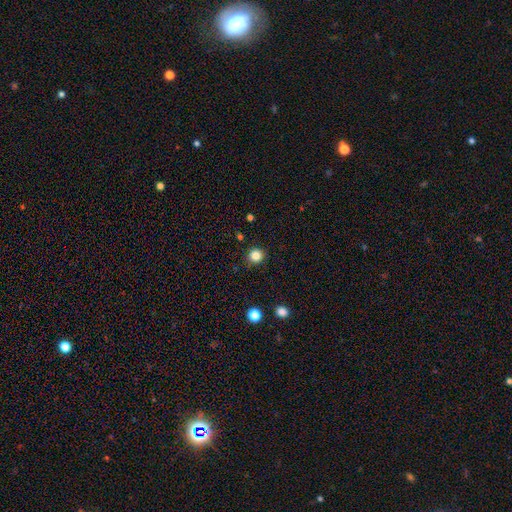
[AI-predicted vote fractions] smooth-or-featured: smooth: 84% | star or artifact: 12% | featured or disk: 4%
  how-rounded: round: 92% | in between: 8% | cigar-shaped: 1%
  merging: none: 89% | minor disturbance: 7% | major disturbance: 2% | merger: 1%